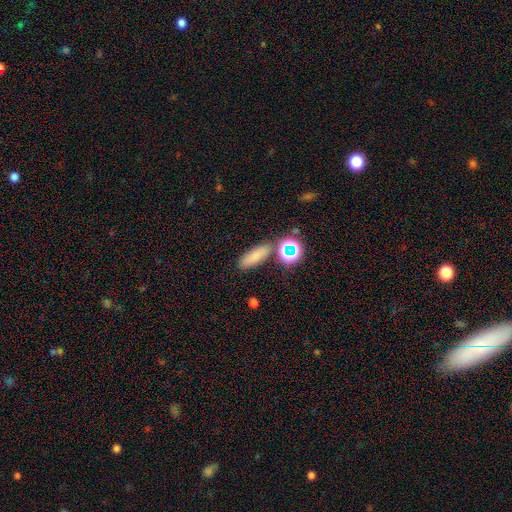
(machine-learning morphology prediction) This is likely a smooth galaxy (73%). How rounded: possibly in between (51%). Merging: likely none (77%).